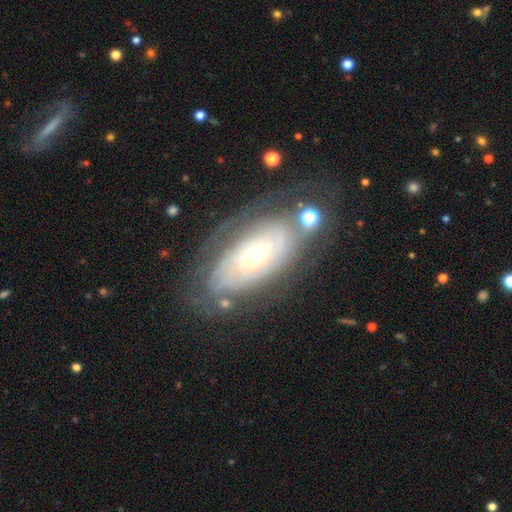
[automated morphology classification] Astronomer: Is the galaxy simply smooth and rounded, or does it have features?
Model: featured or disk — 73%.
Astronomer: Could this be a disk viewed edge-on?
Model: no — 90%.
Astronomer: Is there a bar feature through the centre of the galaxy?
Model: no — 82%.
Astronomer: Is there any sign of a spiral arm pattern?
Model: yes — 75%.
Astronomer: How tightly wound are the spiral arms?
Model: tight — 76%.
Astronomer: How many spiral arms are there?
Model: can't tell — 63%.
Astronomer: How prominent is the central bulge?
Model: small — 51% (runner-up: moderate, 43%).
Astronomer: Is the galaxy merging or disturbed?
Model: none — 64%.